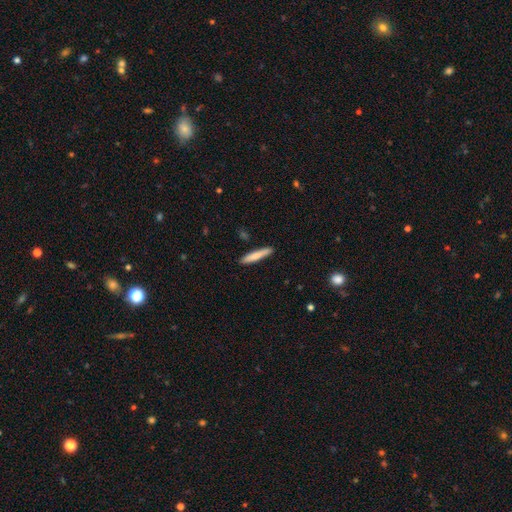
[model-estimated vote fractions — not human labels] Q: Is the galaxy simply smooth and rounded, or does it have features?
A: smooth — 74%.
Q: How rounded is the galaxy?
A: cigar-shaped — 93%.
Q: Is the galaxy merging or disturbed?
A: none — 89%.